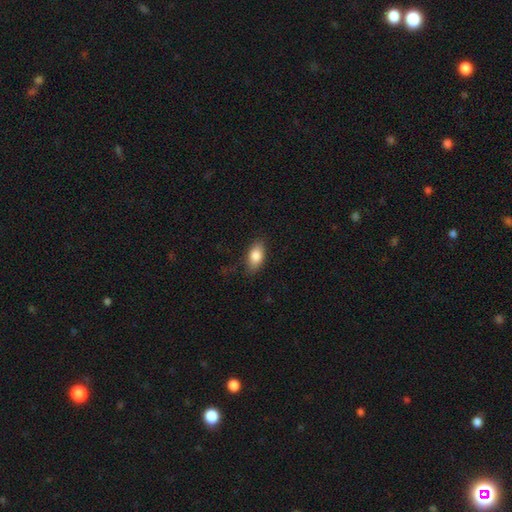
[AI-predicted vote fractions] The model was most divided on "merging": none: 79%, minor disturbance: 16%, major disturbance: 4%, merger: 1%. More confident: how rounded — in between (89%); smooth or featured — smooth (83%).